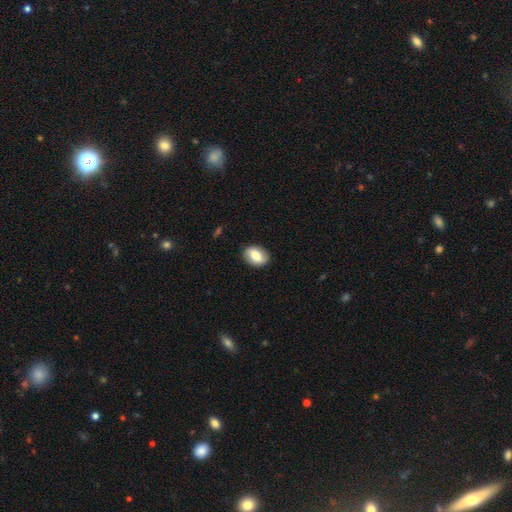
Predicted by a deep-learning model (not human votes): Smooth or featured? Predicted: smooth (p=0.72). How rounded? Predicted: in between (p=0.76). Merging? Predicted: none (p=0.87).